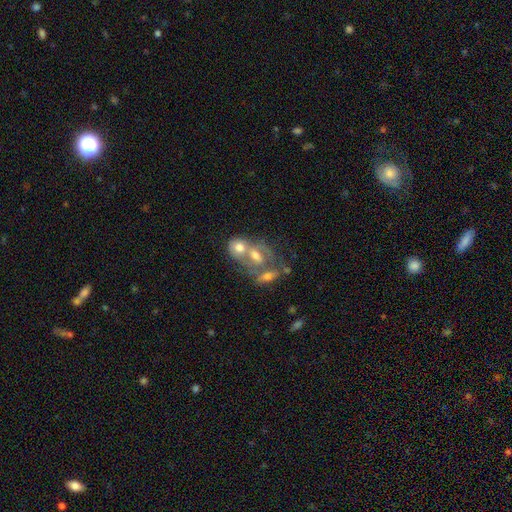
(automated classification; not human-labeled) Smooth or featured?
  - smooth: 47% *
  - featured or disk: 42%
  - star or artifact: 11%
Merging?
  - merger: 69% *
  - none: 17%
  - minor disturbance: 8%
  - major disturbance: 7%